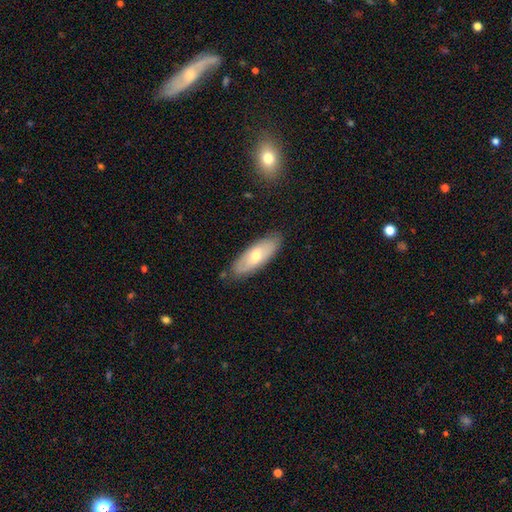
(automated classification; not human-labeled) smooth-or-featured: smooth: 57% | featured or disk: 38% | star or artifact: 6%
  how-rounded: in between: 70% | cigar-shaped: 28% | round: 2%
  merging: none: 84% | minor disturbance: 13% | major disturbance: 2% | merger: 1%